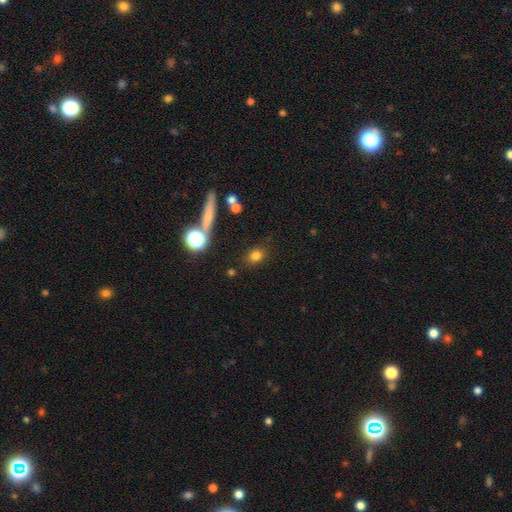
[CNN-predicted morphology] smooth 77%, star or artifact 14%, featured or disk 8%. Down the decision tree: how rounded — round (58%); merging — none (83%).